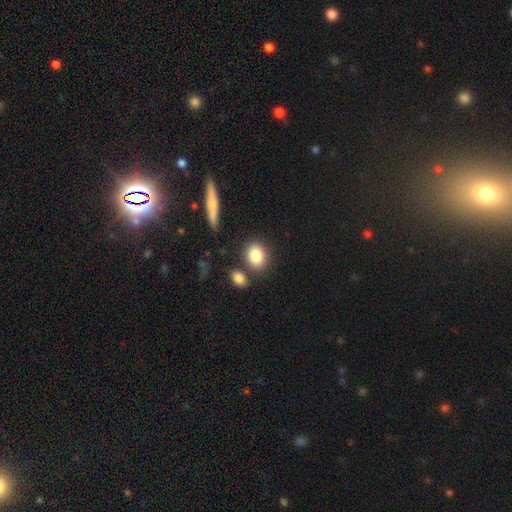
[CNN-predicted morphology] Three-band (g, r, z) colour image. It shows a smooth galaxy with no disk features (84%) that is in between round and cigar-shaped (50%). Merging: none (74%).